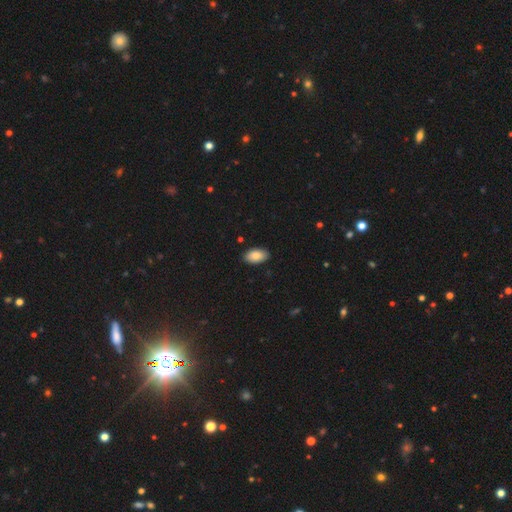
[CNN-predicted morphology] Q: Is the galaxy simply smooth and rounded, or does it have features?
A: smooth — 87%.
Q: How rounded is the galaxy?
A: in between — 95%.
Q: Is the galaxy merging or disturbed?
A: none — 89%.